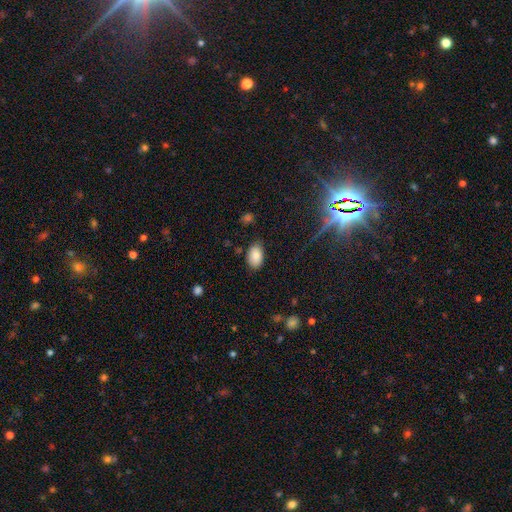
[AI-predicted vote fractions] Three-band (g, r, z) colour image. It shows a smooth galaxy with no disk features (83%) that is in between round and cigar-shaped (90%). Merging: none (79%).